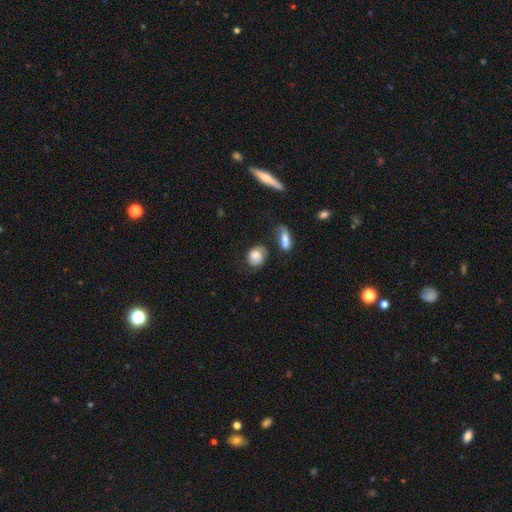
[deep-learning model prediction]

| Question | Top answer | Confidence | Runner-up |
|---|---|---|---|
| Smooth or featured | smooth | 63% | featured or disk (28%) |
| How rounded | round | 56% | in between (42%) |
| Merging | none | 56% | minor disturbance (24%) |